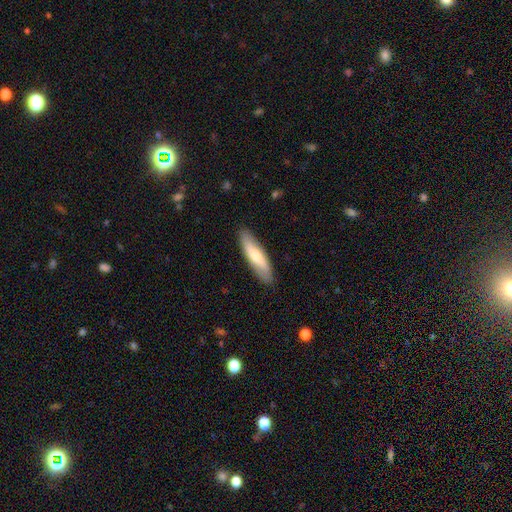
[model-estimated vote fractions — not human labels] This appears to be a smooth galaxy with no disk features (63%) that is cigar-shaped (64%). Merging: none (88%).